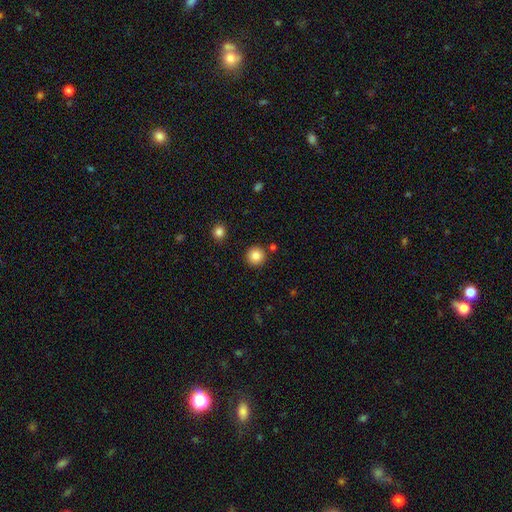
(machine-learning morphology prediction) Overall: smooth (85%). How rounded: round (94%). Merging: none (89%).